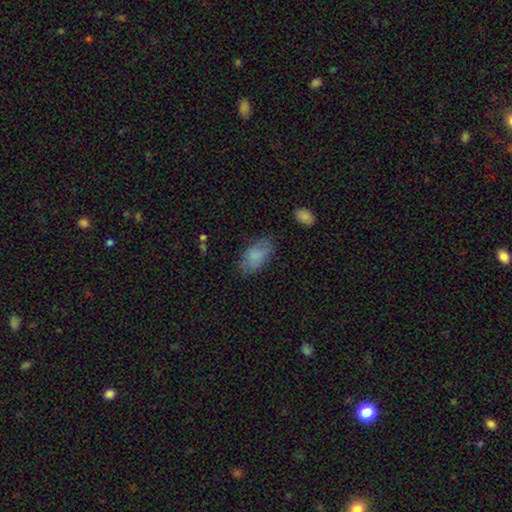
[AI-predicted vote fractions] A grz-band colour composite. It shows a smooth galaxy with no disk features (82%) that is in between round and cigar-shaped (93%). Merging: none (70%).